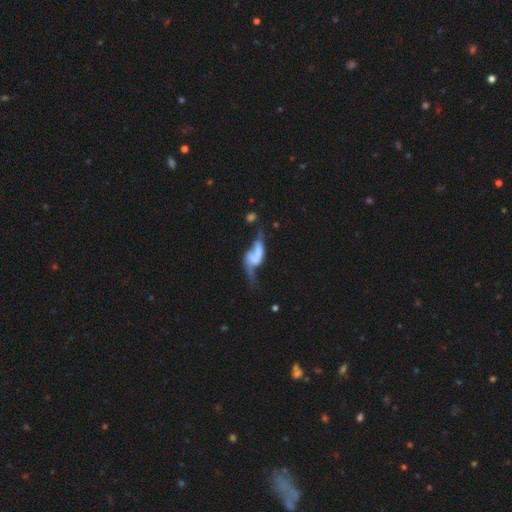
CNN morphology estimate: Smooth or featured? featured or disk (56%)
Edge-on disk? no (86%)
Merging? merger (34%)